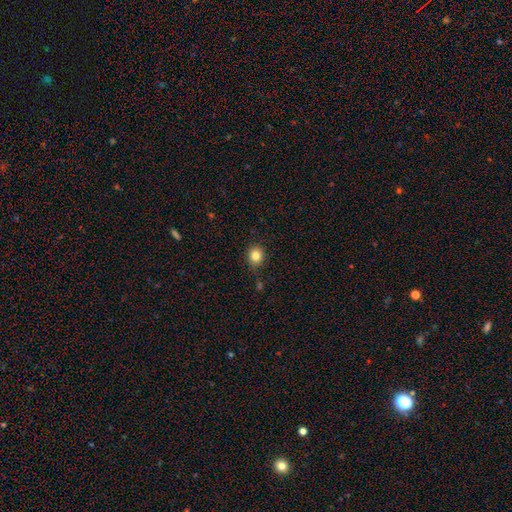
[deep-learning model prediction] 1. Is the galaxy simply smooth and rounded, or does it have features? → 83% smooth, 11% star or artifact, 6% featured or disk.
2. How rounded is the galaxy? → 79% round, 20% in between, 1% cigar-shaped.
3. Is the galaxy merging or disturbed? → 83% none, 12% minor disturbance, 3% major disturbance, 2% merger.